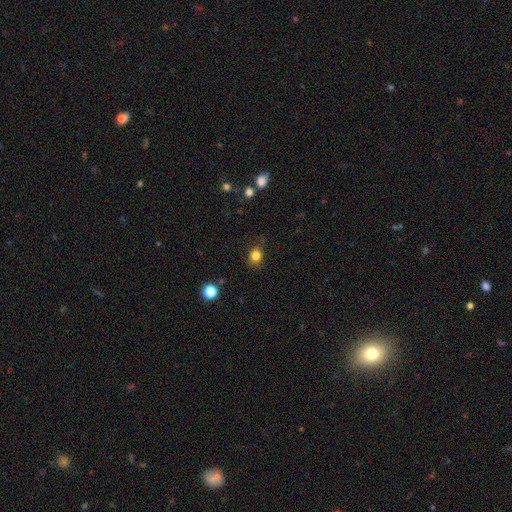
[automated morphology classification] Smooth or featured?
  - smooth: 82% *
  - star or artifact: 12%
  - featured or disk: 6%
How rounded?
  - round: 59% *
  - in between: 40%
  - cigar-shaped: 1%
Merging?
  - none: 80% *
  - minor disturbance: 15%
  - major disturbance: 3%
  - merger: 2%